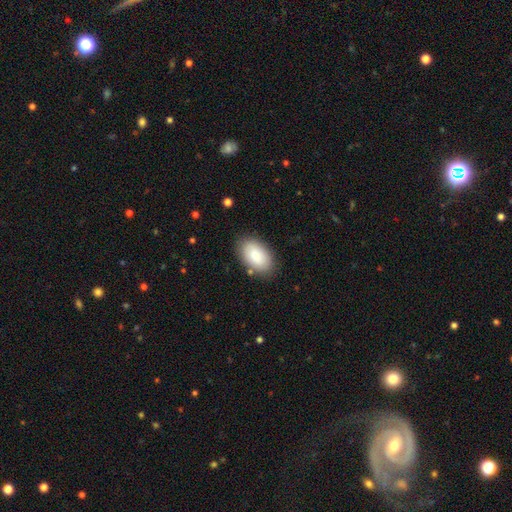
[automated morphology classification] Q: Smooth or featured?
A: smooth (86%); runner-up: featured or disk (8%)
Q: How rounded?
A: in between (94%); runner-up: round (4%)
Q: Merging?
A: none (84%); runner-up: minor disturbance (11%)